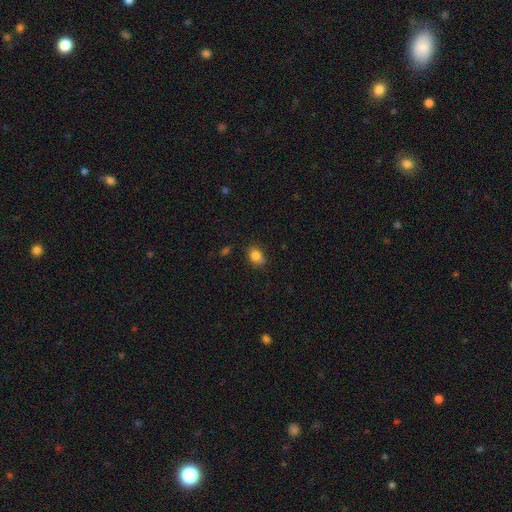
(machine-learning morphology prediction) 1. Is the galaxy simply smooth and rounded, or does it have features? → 83% smooth, 10% star or artifact, 7% featured or disk.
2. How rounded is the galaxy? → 67% in between, 32% round, 2% cigar-shaped.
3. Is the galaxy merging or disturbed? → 64% none, 26% minor disturbance, 5% major disturbance, 5% merger.